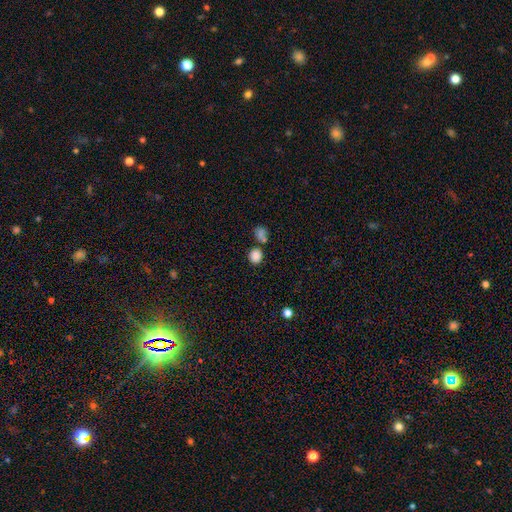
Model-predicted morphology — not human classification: Q: Smooth or featured?
A: smooth (84%); runner-up: star or artifact (11%)
Q: How rounded?
A: round (83%); runner-up: in between (16%)
Q: Merging?
A: none (65%); runner-up: merger (21%)